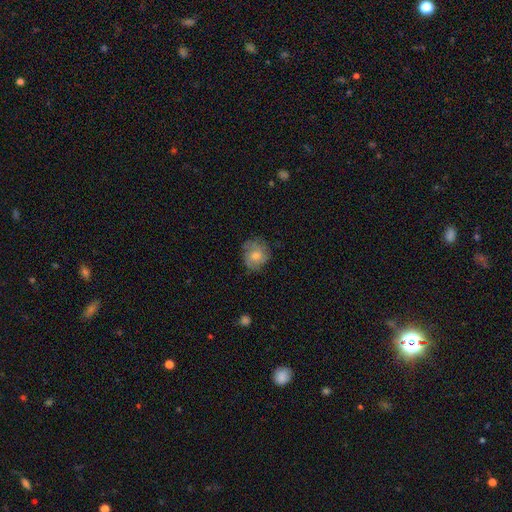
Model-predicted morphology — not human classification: smooth-or-featured: smooth: 46% | featured or disk: 44% | star or artifact: 10%
  merging: none: 73% | minor disturbance: 19% | major disturbance: 7% | merger: 1%